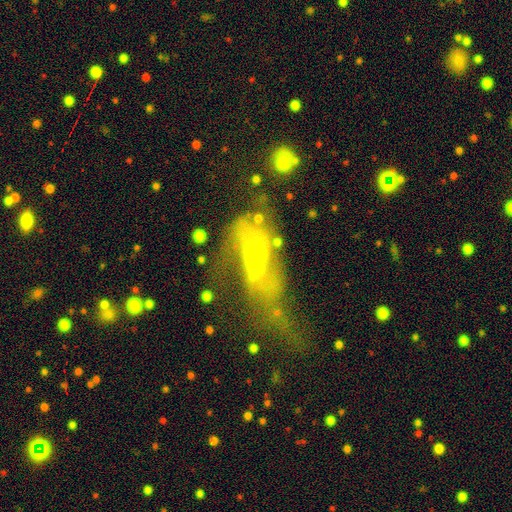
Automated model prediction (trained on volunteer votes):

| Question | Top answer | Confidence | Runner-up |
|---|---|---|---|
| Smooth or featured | featured or disk | 65% | smooth (24%) |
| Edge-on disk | no | 91% | yes (9%) |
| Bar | no | 56% | weak (32%) |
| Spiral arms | yes | 58% | no (42%) |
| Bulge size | small | 56% | moderate (35%) |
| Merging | major disturbance | 42% | none (25%) |